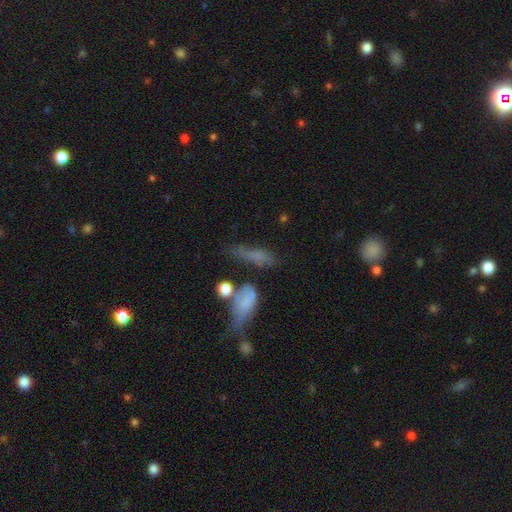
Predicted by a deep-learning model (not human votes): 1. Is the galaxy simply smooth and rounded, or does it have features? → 57% smooth, 26% featured or disk, 17% star or artifact.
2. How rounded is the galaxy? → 46% cigar-shaped, 45% in between, 9% round.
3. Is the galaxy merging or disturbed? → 34% none, 24% minor disturbance, 23% major disturbance, 19% merger.